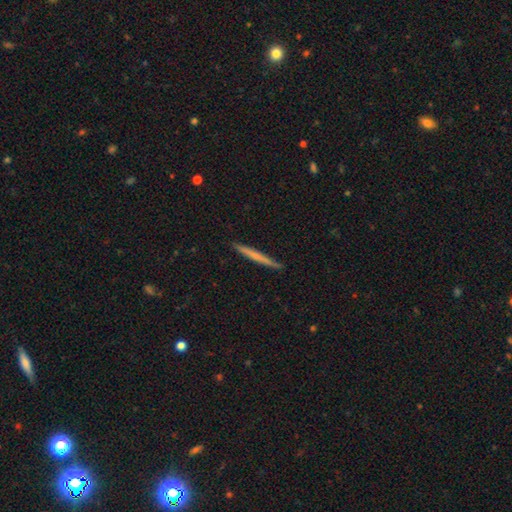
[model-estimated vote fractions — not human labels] This appears to be a smooth galaxy with no disk features (54%) that is cigar-shaped (97%). Merging: none (91%).